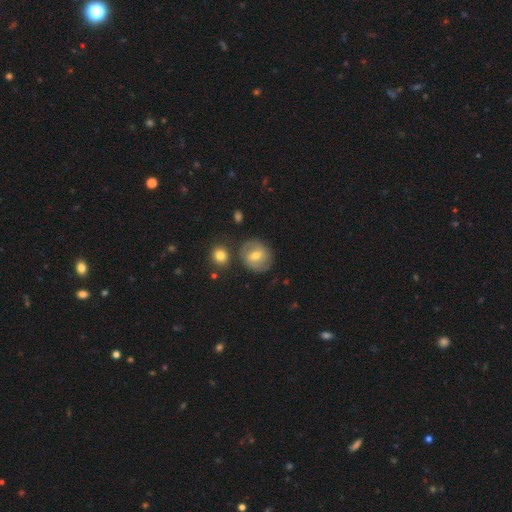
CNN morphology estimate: type=featured or disk (47%); merging=none (77%).